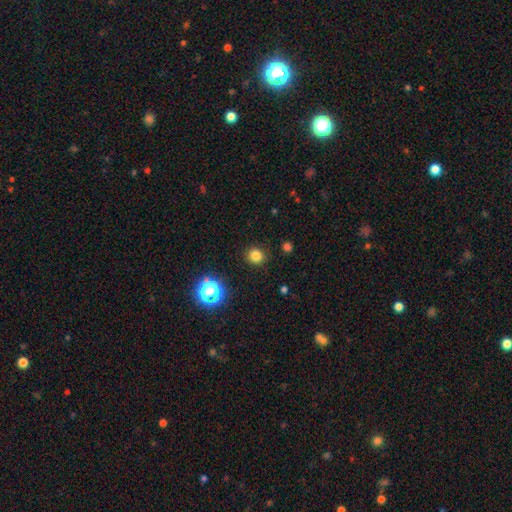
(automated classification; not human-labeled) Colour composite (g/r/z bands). It shows a smooth galaxy with no disk features (80%) that is round (89%). Merging: none (91%).